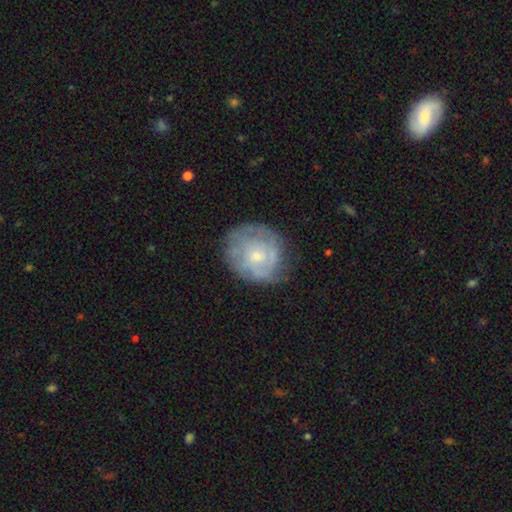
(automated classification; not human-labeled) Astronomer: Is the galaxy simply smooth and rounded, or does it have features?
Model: featured or disk — 54% (runner-up: smooth, 39%).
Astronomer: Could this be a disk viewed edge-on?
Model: no — 97%.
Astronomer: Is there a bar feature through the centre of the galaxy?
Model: no — 82%.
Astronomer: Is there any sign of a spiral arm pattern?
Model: yes — 57% (runner-up: no, 43%).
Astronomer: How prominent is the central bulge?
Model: small — 57% (runner-up: moderate, 37%).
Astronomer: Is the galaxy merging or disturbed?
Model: none — 67%.